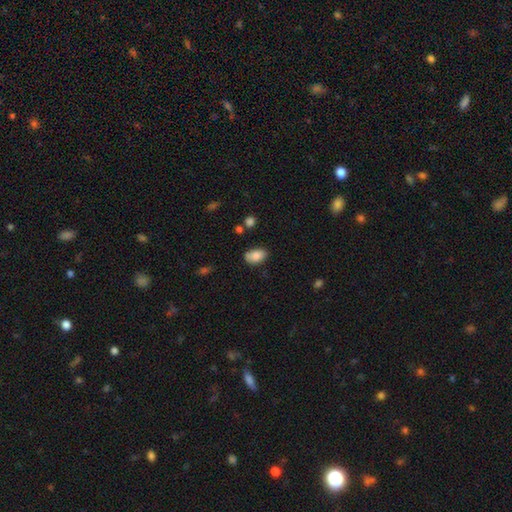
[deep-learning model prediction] The model was most divided on "merging": none: 75%, minor disturbance: 19%, major disturbance: 3%, merger: 3%. More confident: how rounded — in between (91%); smooth or featured — smooth (85%).